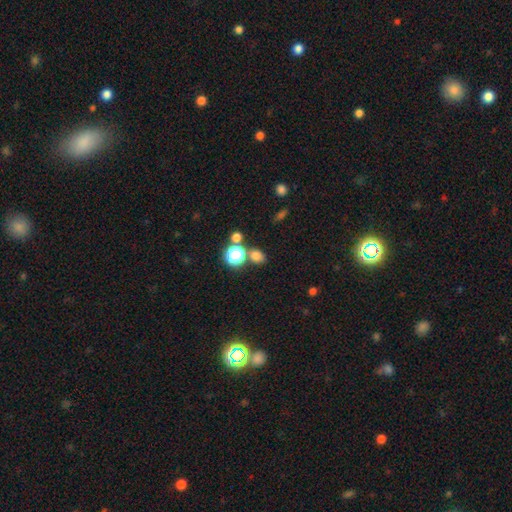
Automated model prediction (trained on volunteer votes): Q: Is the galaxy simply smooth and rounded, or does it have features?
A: smooth — 73%.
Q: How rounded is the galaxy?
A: round — 64%.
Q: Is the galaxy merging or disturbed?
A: none — 67%.